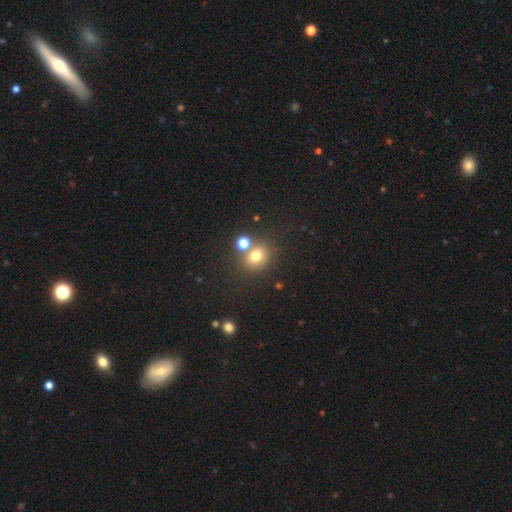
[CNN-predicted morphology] This appears to be a smooth galaxy with no disk features (74%) that is round (72%). Merging: none (64%).